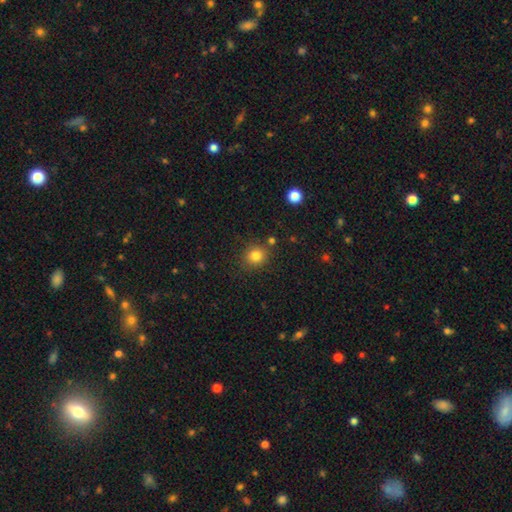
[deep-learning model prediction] smooth-or-featured: smooth: 82% | star or artifact: 12% | featured or disk: 5%
  how-rounded: round: 85% | in between: 14% | cigar-shaped: 1%
  merging: none: 84% | minor disturbance: 9% | merger: 4% | major disturbance: 3%